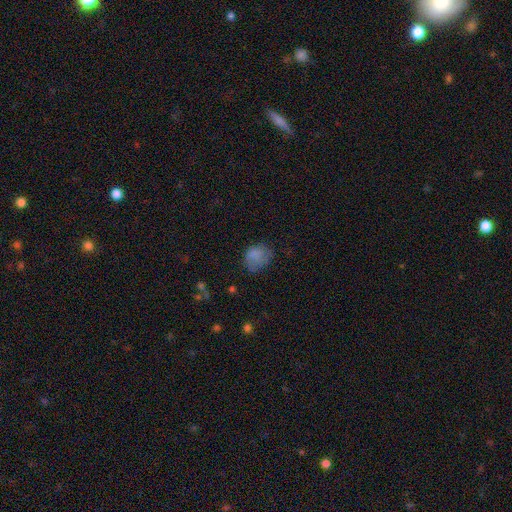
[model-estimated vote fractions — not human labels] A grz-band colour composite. It shows a smooth galaxy with no disk features (77%) that is in between round and cigar-shaped (51%). Merging: none (54%).